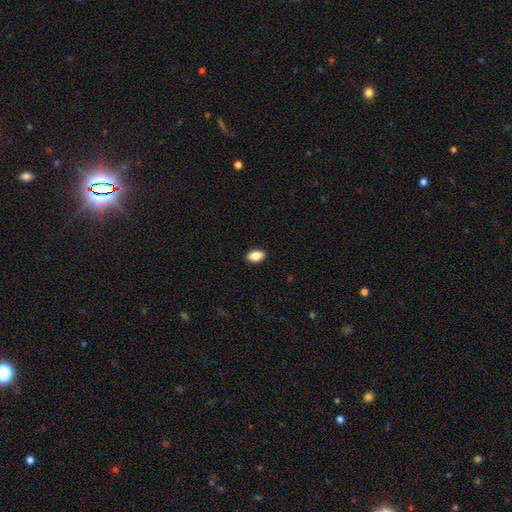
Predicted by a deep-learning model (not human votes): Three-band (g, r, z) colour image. It shows a smooth galaxy with no disk features (88%) that is in between round and cigar-shaped (92%). Merging: none (90%).